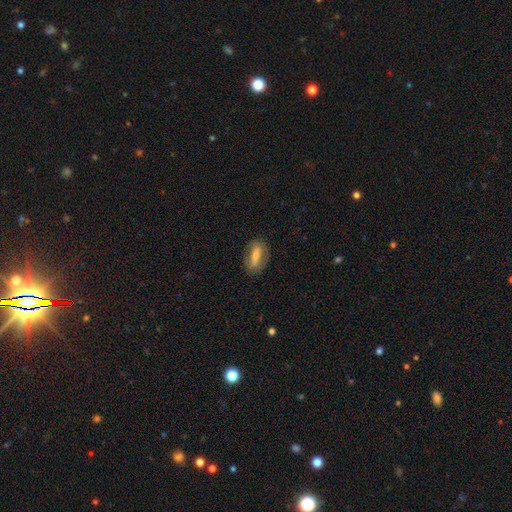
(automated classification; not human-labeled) A smooth galaxy with no disk features (53%) that is in between round and cigar-shaped (62%).

Vote fractions:
- Smooth or featured? smooth: 53% / featured or disk: 39% / star or artifact: 8%
- How rounded? in between: 62% / cigar-shaped: 31% / round: 7%
- Merging? none: 77% / minor disturbance: 15% / major disturbance: 7% / merger: 1%